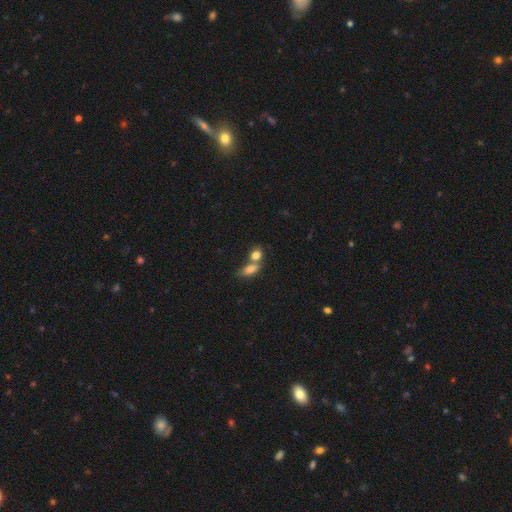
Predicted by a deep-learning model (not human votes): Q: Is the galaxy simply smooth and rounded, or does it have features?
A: smooth — 80%.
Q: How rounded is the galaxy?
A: in between — 60%.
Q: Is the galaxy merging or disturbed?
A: merger — 53%.